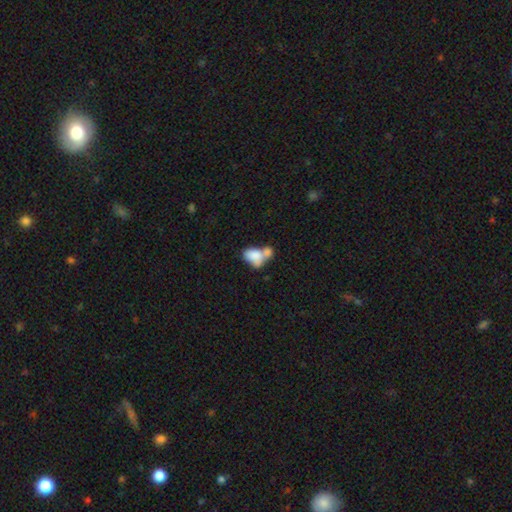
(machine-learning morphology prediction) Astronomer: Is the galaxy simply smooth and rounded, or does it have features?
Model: smooth — 75%.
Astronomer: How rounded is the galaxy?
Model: in between — 85%.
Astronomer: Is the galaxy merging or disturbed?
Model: merger — 66%.